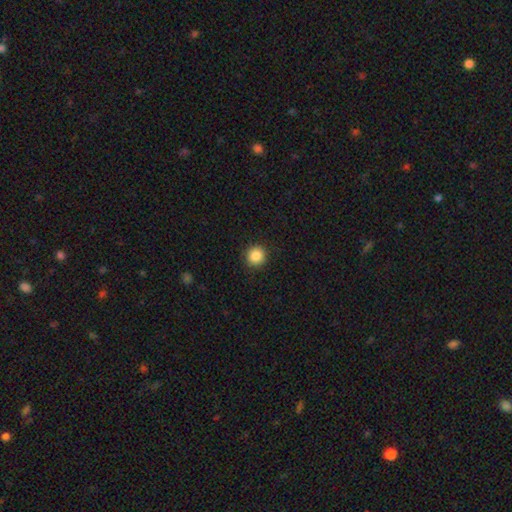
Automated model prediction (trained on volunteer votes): Smooth or featured?
  - smooth: 87% *
  - star or artifact: 10%
  - featured or disk: 3%
How rounded?
  - round: 91% *
  - in between: 8%
  - cigar-shaped: 1%
Merging?
  - none: 91% *
  - minor disturbance: 6%
  - major disturbance: 2%
  - merger: 1%